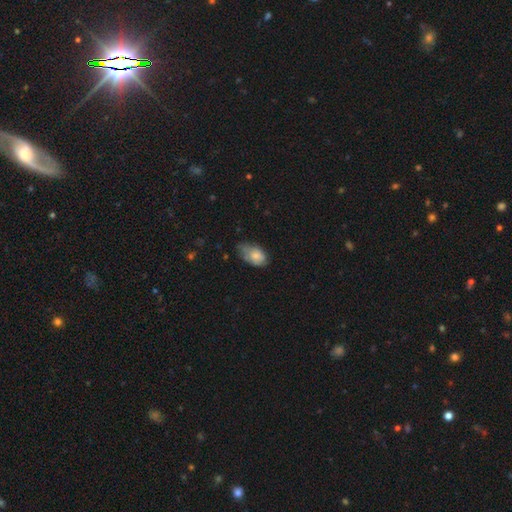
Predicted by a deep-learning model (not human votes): Smooth or featured? Predicted: smooth (p=0.75). How rounded? Predicted: in between (p=0.90). Merging? Predicted: minor disturbance (p=0.44).